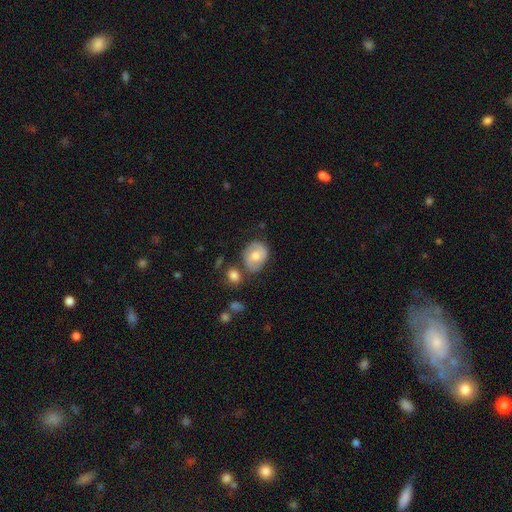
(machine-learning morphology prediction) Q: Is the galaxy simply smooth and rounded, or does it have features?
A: smooth — 51%.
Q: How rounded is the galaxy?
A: round — 51%.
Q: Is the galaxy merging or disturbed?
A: none — 66%.